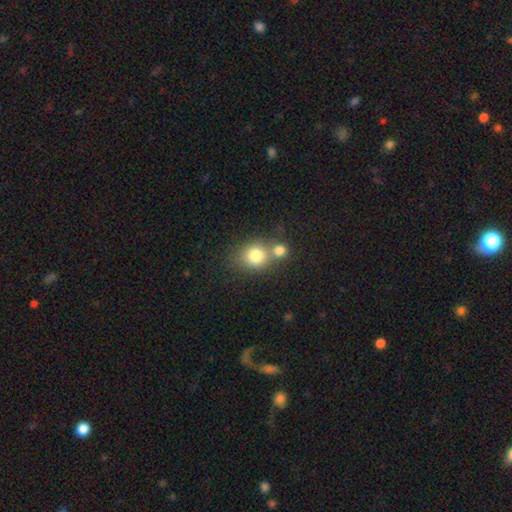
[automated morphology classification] smooth-or-featured: smooth: 79% | star or artifact: 11% | featured or disk: 10%
  how-rounded: round: 74% | in between: 25% | cigar-shaped: 1%
  merging: none: 44% | merger: 43% | minor disturbance: 9% | major disturbance: 4%